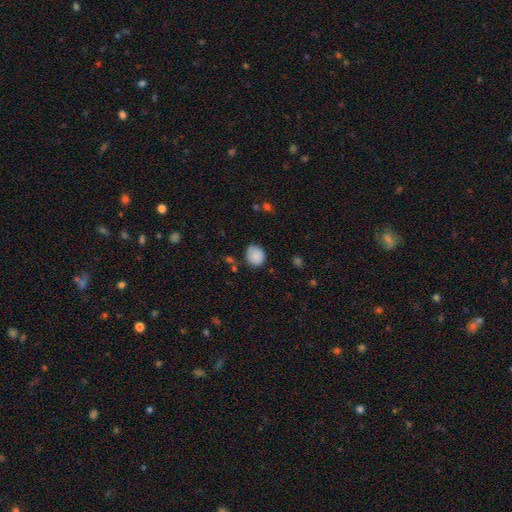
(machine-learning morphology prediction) smooth-or-featured: smooth: 84% | star or artifact: 8% | featured or disk: 7%
  how-rounded: round: 78% | in between: 21% | cigar-shaped: 1%
  merging: none: 72% | minor disturbance: 22% | major disturbance: 4% | merger: 2%